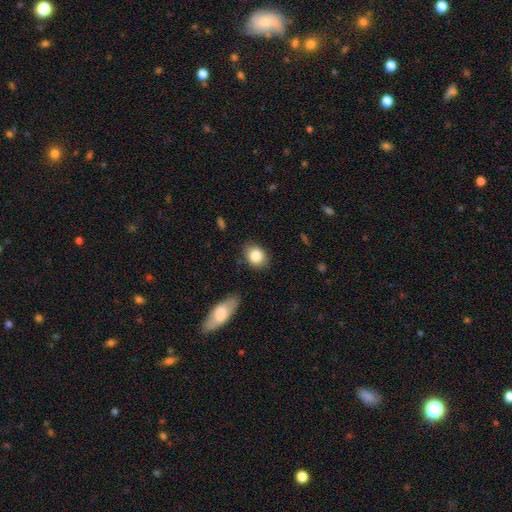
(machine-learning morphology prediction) Overall: smooth (84%). How rounded: in between (53%; round 46%). Merging: none (80%).